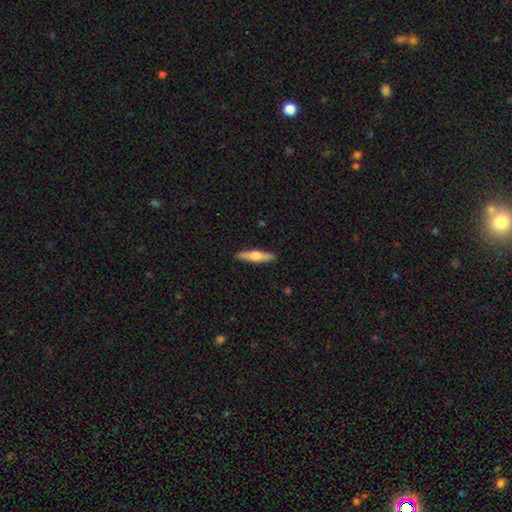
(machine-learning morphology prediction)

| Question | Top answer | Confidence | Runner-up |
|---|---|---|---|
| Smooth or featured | smooth | 59% | featured or disk (35%) |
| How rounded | cigar-shaped | 77% | in between (21%) |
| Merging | none | 90% | minor disturbance (7%) |